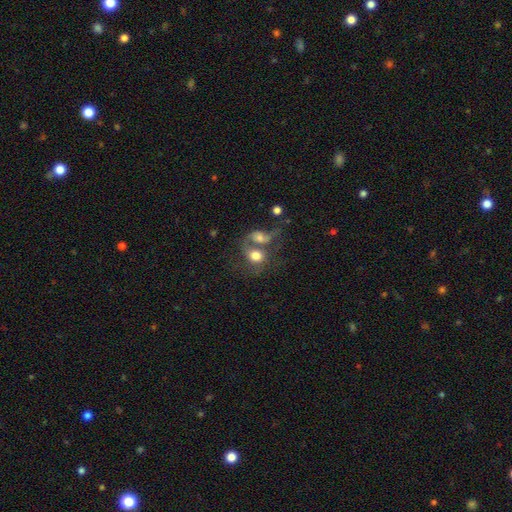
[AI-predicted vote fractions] Q: Smooth or featured?
A: smooth (53%); runner-up: featured or disk (37%)
Q: How rounded?
A: round (54%); runner-up: in between (45%)
Q: Merging?
A: merger (63%); runner-up: none (17%)